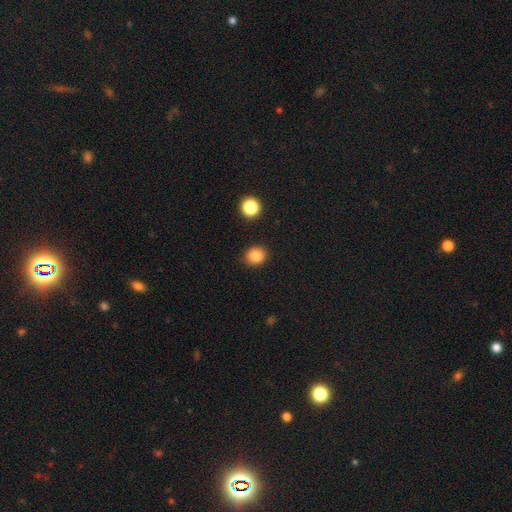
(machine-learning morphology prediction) A smooth galaxy with no disk features (83%) that is round (72%).

Vote fractions:
- Smooth or featured? smooth: 83% / star or artifact: 11% / featured or disk: 6%
- How rounded? round: 72% / in between: 27% / cigar-shaped: 1%
- Merging? none: 88% / minor disturbance: 8% / major disturbance: 2% / merger: 2%